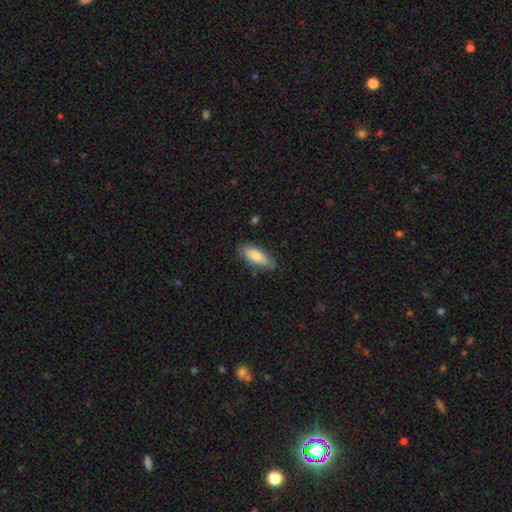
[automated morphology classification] Smooth or featured? Predicted: smooth (p=0.75). How rounded? Predicted: in between (p=0.74). Merging? Predicted: none (p=0.77).